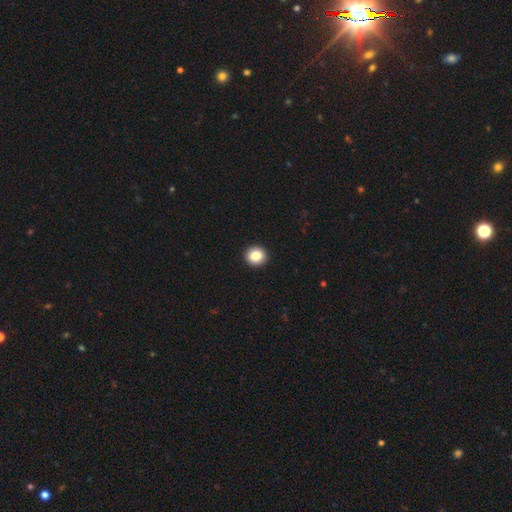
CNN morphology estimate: Smooth or featured: smooth — 84% (star or artifact — 9%)
How rounded: round — 93% (in between — 6%)
Merging: none — 94% (minor disturbance — 4%)